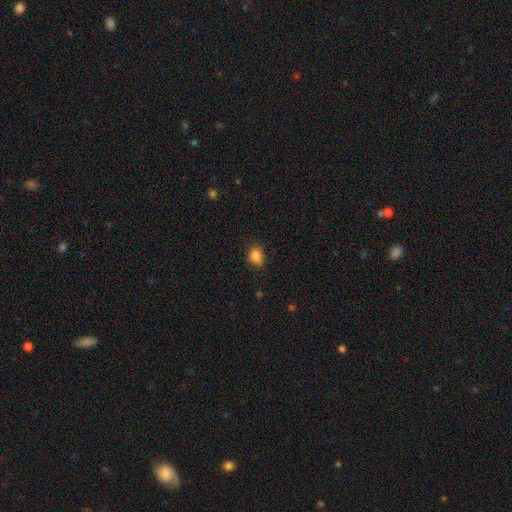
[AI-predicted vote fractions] A smooth galaxy with no disk features (85%) that is in between round and cigar-shaped (54%). Merging: none (69%).